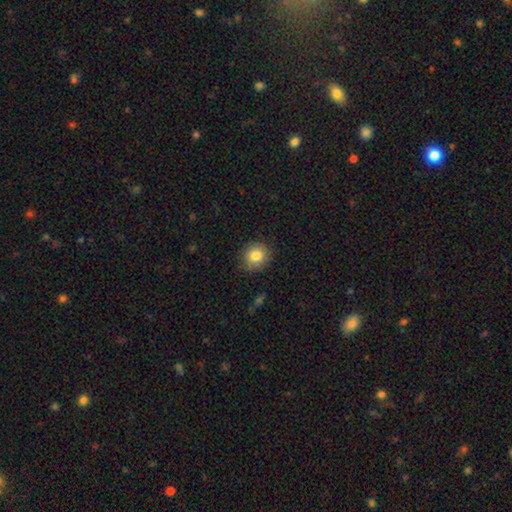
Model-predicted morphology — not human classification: Smooth or featured? Predicted: smooth (p=0.82). How rounded? Predicted: round (p=0.79). Merging? Predicted: none (p=0.85).